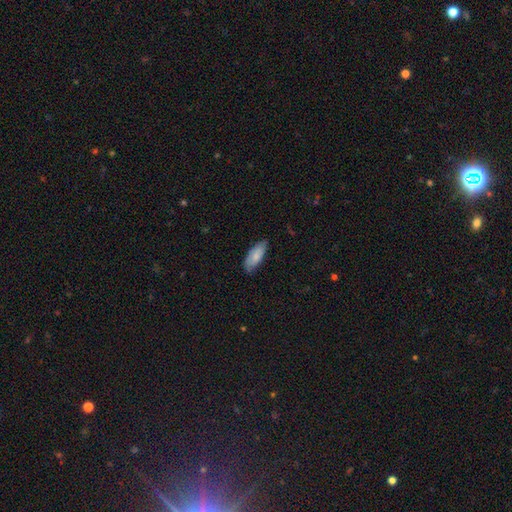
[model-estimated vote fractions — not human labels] smooth-or-featured: smooth: 77% | featured or disk: 17% | star or artifact: 6%
  how-rounded: in between: 81% | cigar-shaped: 18% | round: 2%
  merging: none: 71% | minor disturbance: 24% | major disturbance: 3% | merger: 1%